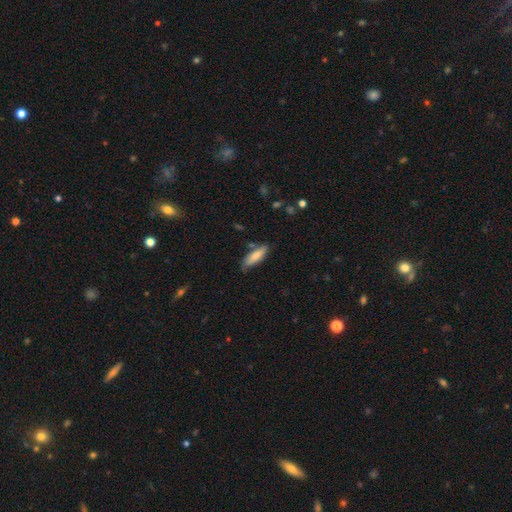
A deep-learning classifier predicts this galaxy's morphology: This appears to be a smooth galaxy with no disk features (75%) that is in between round and cigar-shaped (52%). Merging: none (71%).